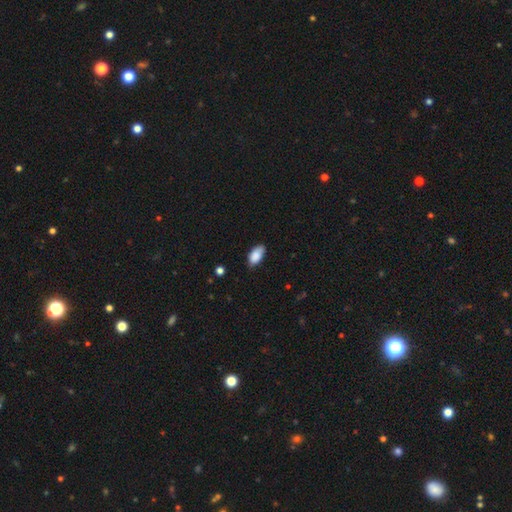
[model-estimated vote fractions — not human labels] smooth-or-featured: smooth: 88% | star or artifact: 7% | featured or disk: 6%
  how-rounded: in between: 94% | cigar-shaped: 3% | round: 3%
  merging: none: 75% | minor disturbance: 21% | major disturbance: 3% | merger: 1%